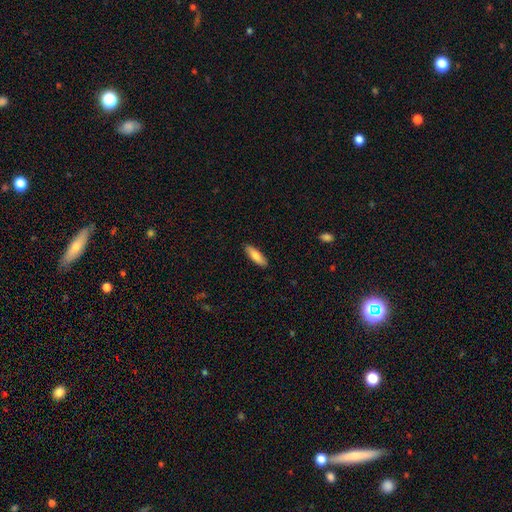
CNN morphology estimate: Smooth or featured?
  - smooth: 83% *
  - featured or disk: 11%
  - star or artifact: 6%
How rounded?
  - in between: 50% *
  - cigar-shaped: 48%
  - round: 2%
Merging?
  - none: 89% *
  - minor disturbance: 8%
  - major disturbance: 2%
  - merger: 1%